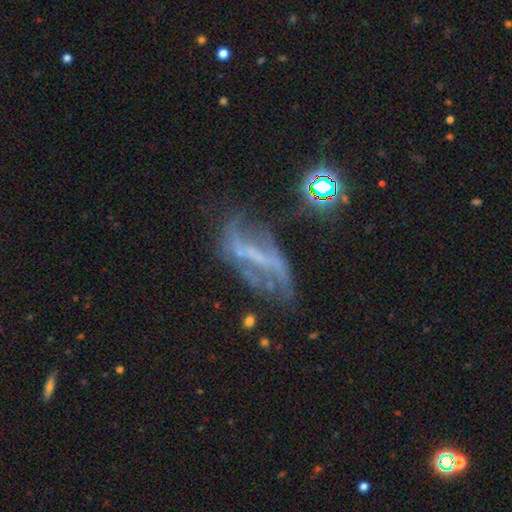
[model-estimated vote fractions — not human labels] A featured or disk galaxy (66%) with a strong bar (43%), no spiral arms (51%) and no central bulge (62%). Merging: none (40%).